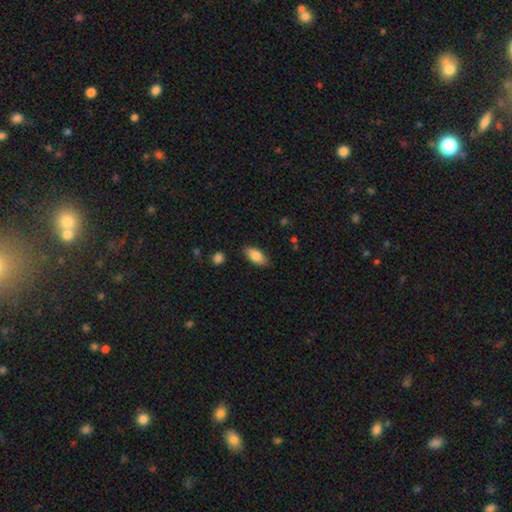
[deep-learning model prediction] smooth 84%, featured or disk 10%, star or artifact 7%. Down the decision tree: how rounded — in between (88%); merging — none (86%).